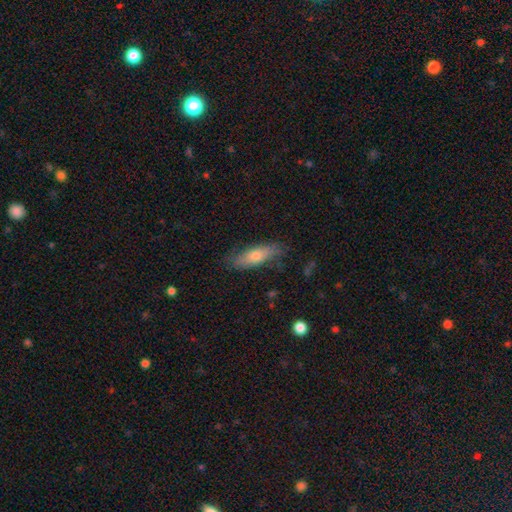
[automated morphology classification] smooth 64%, featured or disk 29%, star or artifact 6%. Down the decision tree: how rounded — in between (51%); merging — none (77%).